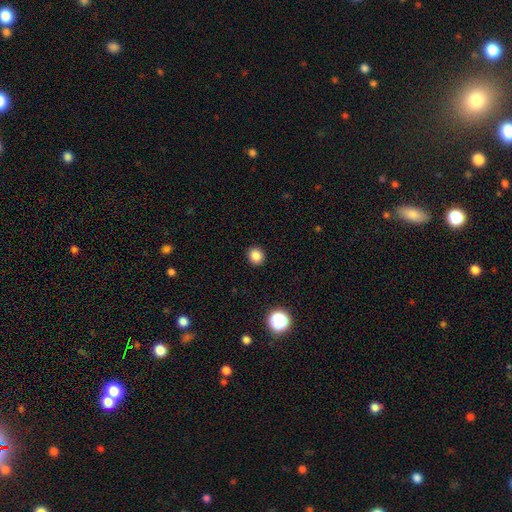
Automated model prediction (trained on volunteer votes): This appears to be a smooth galaxy with no disk features (84%) that is round (82%). Merging: none (92%).